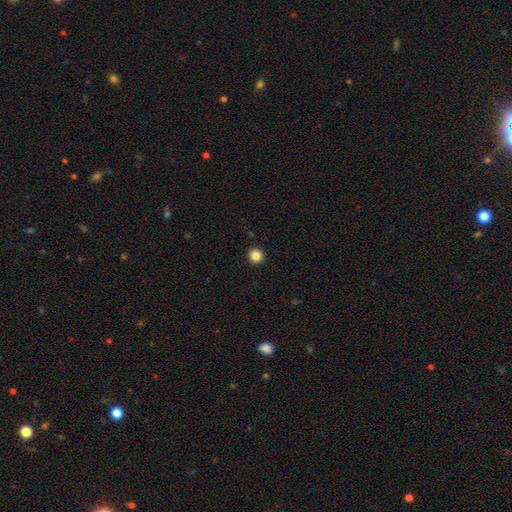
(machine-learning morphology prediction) smooth_or_featured: smooth (p=0.85) [alt: star or artifact p=0.11]
how_rounded: round (p=0.93) [alt: in between p=0.06]
merging: none (p=0.93) [alt: minor disturbance p=0.04]